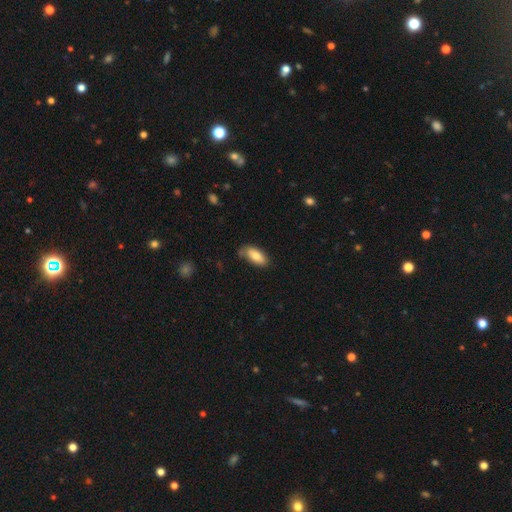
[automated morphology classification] A smooth galaxy with no disk features (79%) that is in between round and cigar-shaped (87%).

Vote fractions:
- Smooth or featured? smooth: 79% / featured or disk: 15% / star or artifact: 6%
- How rounded? in between: 87% / cigar-shaped: 10% / round: 2%
- Merging? none: 66% / minor disturbance: 26% / major disturbance: 5% / merger: 3%